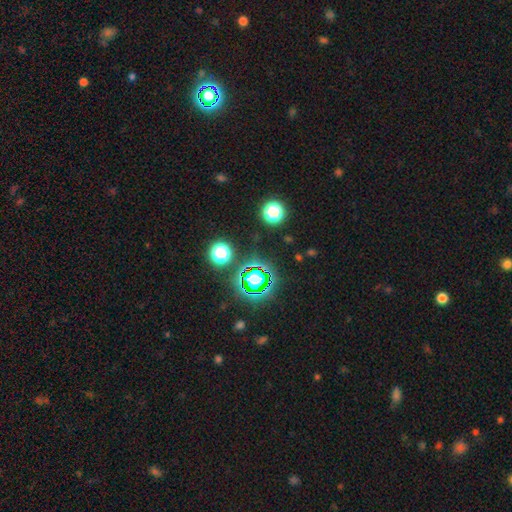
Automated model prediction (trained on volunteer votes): A star or artifact, not a galaxy (76%).